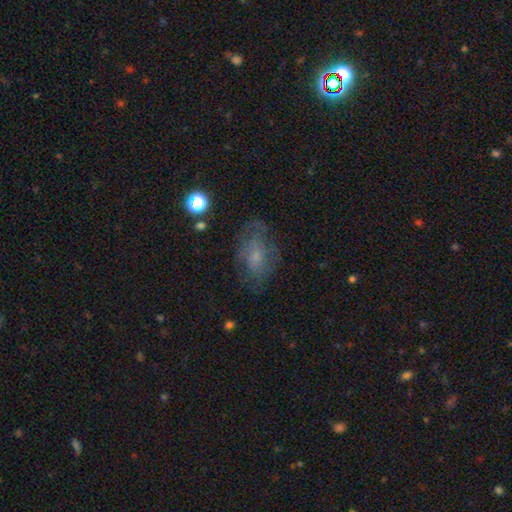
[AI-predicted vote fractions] Smooth or featured? featured or disk (45%)
Merging? none (60%)